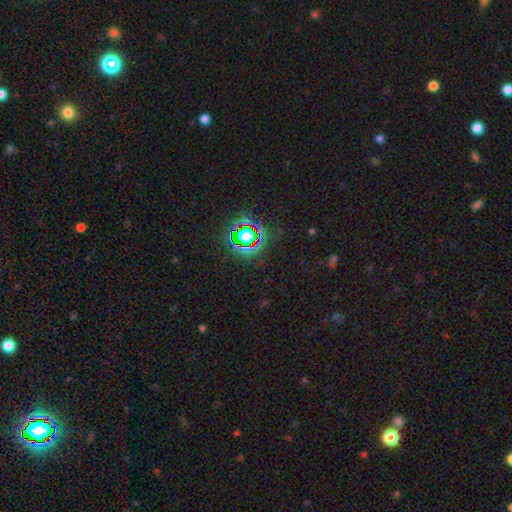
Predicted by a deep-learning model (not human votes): star or artifact 80%, smooth 13%, featured or disk 8%.